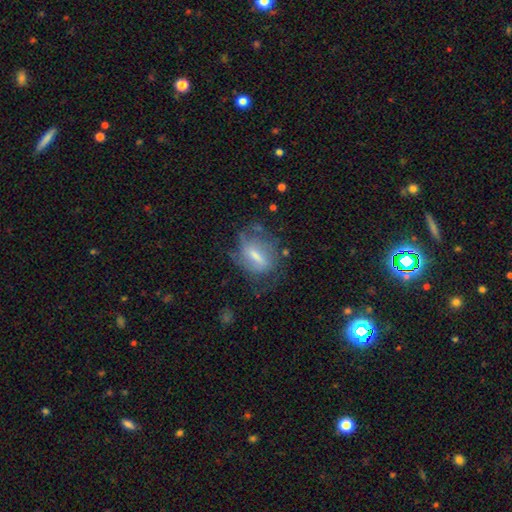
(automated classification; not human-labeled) Smooth or featured? Predicted: featured or disk (p=0.57). Edge-on disk? Predicted: no (p=0.93). Bar? Predicted: weak (p=0.47). Spiral arms? Predicted: yes (p=0.63). Bulge size? Predicted: moderate (p=0.39). Merging? Predicted: none (p=0.45).